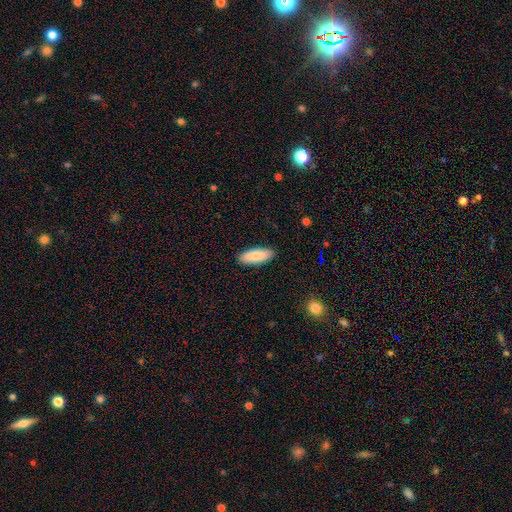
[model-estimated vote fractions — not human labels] This is clearly a smooth galaxy (87%). How rounded: likely in between (70%). Merging: clearly none (90%).